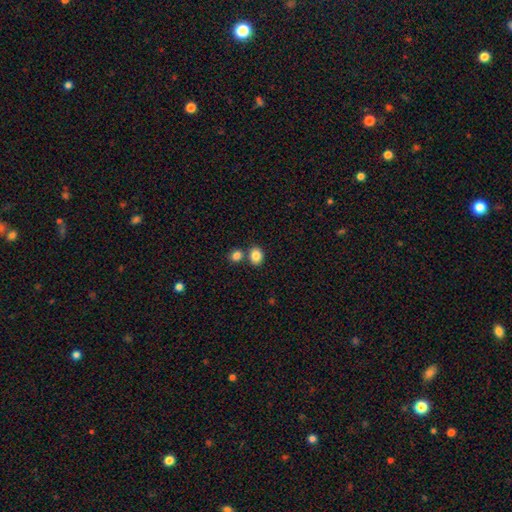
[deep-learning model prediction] Smooth or featured: smooth — 85% (star or artifact — 10%)
How rounded: round — 55% (in between — 44%)
Merging: none — 66% (merger — 23%)